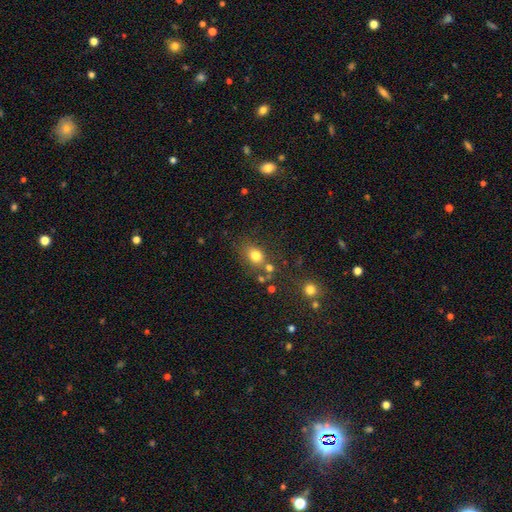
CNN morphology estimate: A smooth galaxy with no disk features (77%) that is in between round and cigar-shaped (50%).

Vote fractions:
- Smooth or featured? smooth: 77% / star or artifact: 14% / featured or disk: 9%
- How rounded? in between: 50% / round: 49% / cigar-shaped: 1%
- Merging? none: 64% / minor disturbance: 15% / merger: 14% / major disturbance: 7%